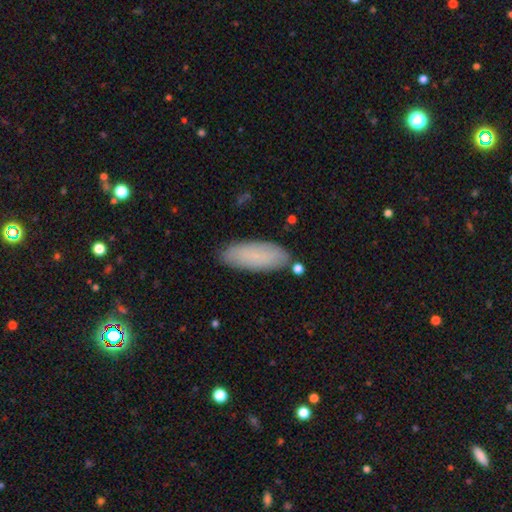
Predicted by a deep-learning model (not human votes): The model was most divided on "how rounded": in between: 71%, cigar-shaped: 27%, round: 2%. More confident: merging — none (83%); smooth or featured — smooth (79%).